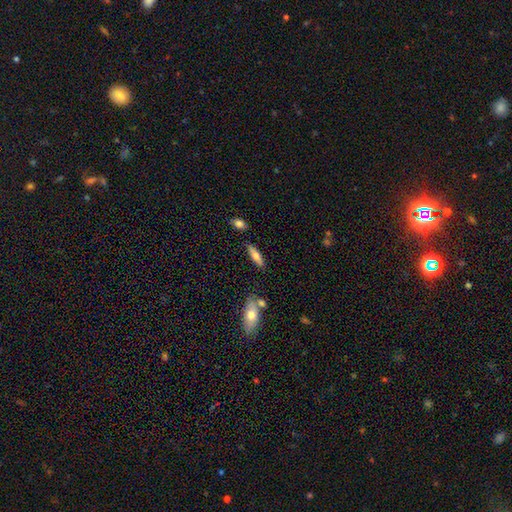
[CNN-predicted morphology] Smooth or featured? Predicted: smooth (p=0.64). How rounded? Predicted: cigar-shaped (p=0.52). Merging? Predicted: none (p=0.79).